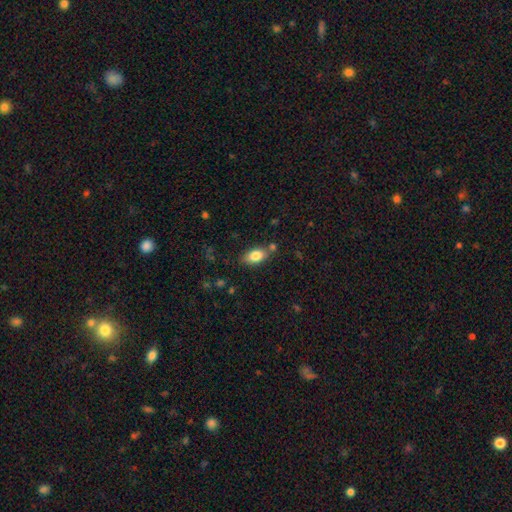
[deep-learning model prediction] Overall: smooth (82%). How rounded: in between (90%). Merging: none (74%).